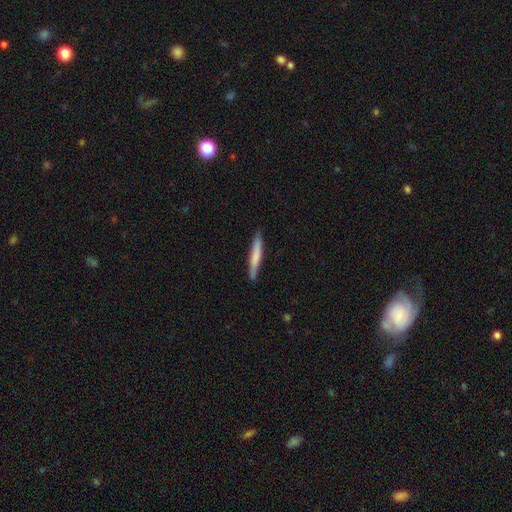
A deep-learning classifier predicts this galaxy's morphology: A smooth galaxy with no disk features (67%) that is cigar-shaped (94%).

Vote fractions:
- Smooth or featured? smooth: 67% / featured or disk: 28% / star or artifact: 5%
- How rounded? cigar-shaped: 94% / in between: 4% / round: 1%
- Merging? none: 85% / minor disturbance: 12% / major disturbance: 2% / merger: 1%